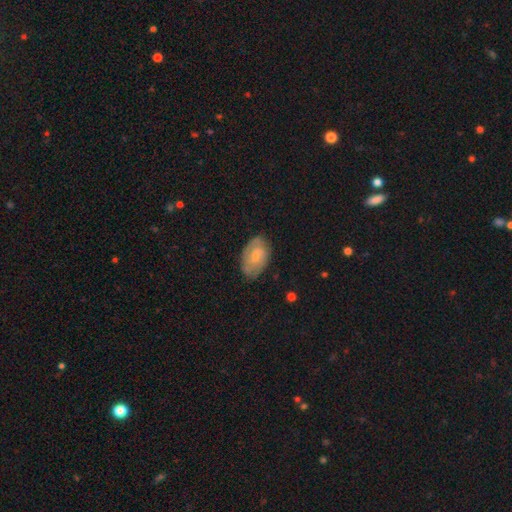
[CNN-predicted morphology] smooth-or-featured: featured or disk: 56% | smooth: 38% | star or artifact: 6%
  disk-edge-on: no: 96% | yes: 4%
    bar: no: 49% | weak: 45% | strong: 7%
    has-spiral-arms: yes: 83% | no: 17%
    bulge-size: small: 55% | moderate: 33% | none: 8% | large: 2% | dominant: 1%
  merging: none: 73% | minor disturbance: 21% | major disturbance: 5% | merger: 1%